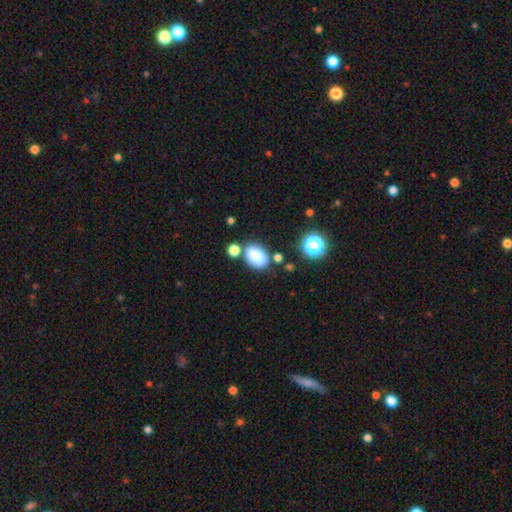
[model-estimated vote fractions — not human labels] Smooth or featured? smooth (82%)
How rounded? in between (79%)
Merging? none (64%)